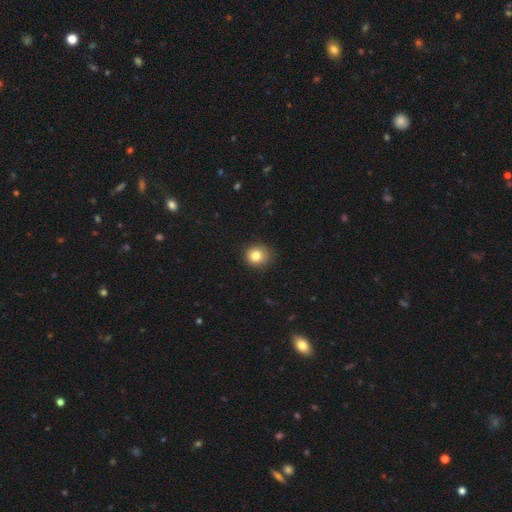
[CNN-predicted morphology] A smooth galaxy with no disk features (81%) that is round (87%).

Vote fractions:
- Smooth or featured? smooth: 81% / star or artifact: 11% / featured or disk: 8%
- How rounded? round: 87% / in between: 12% / cigar-shaped: 1%
- Merging? none: 87% / minor disturbance: 10% / major disturbance: 2% / merger: 1%